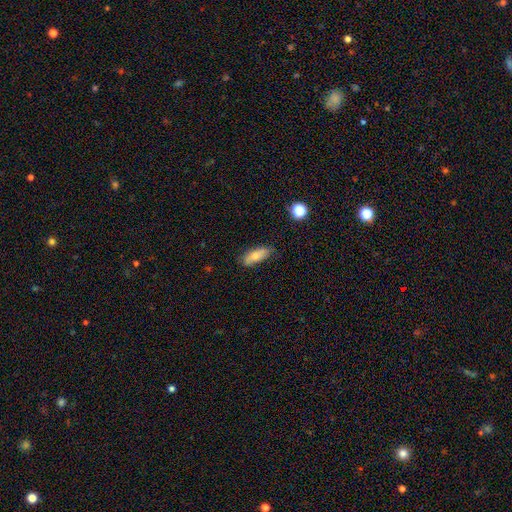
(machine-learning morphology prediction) A smooth galaxy with no disk features (72%) that is in between round and cigar-shaped (69%). Merging: none (74%).